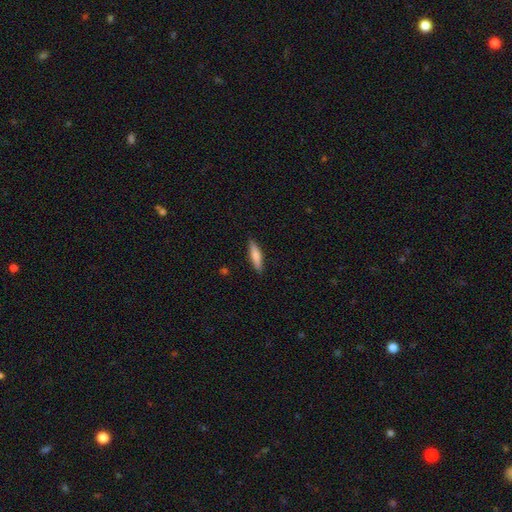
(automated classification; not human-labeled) Smooth or featured: smooth — 72% (featured or disk — 23%)
How rounded: cigar-shaped — 78% (in between — 21%)
Merging: none — 89% (minor disturbance — 8%)